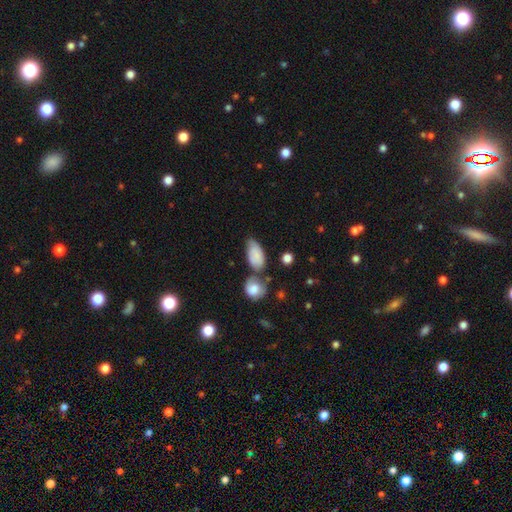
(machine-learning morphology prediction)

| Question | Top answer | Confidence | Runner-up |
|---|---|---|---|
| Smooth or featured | smooth | 81% | featured or disk (12%) |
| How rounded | in between | 91% | round (6%) |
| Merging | none | 44% | minor disturbance (28%) |